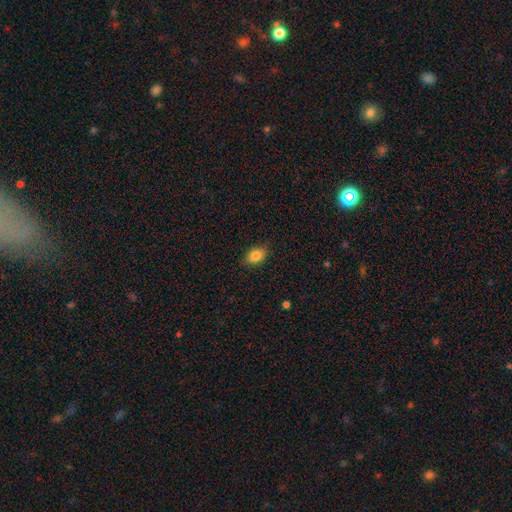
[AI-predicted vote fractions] Q: Smooth or featured?
A: smooth (85%); runner-up: star or artifact (8%)
Q: How rounded?
A: in between (85%); runner-up: round (13%)
Q: Merging?
A: none (84%); runner-up: minor disturbance (12%)